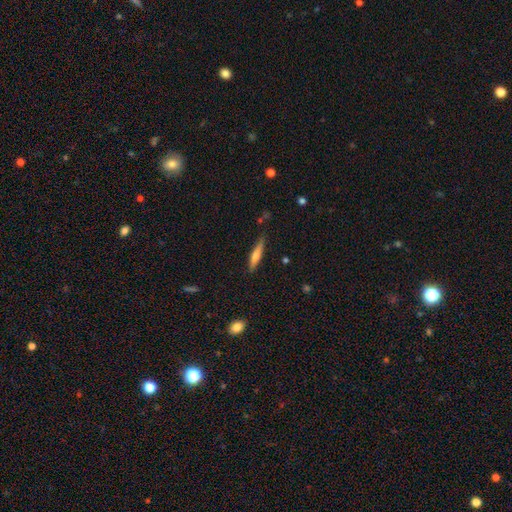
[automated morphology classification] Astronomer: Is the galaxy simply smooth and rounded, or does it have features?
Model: smooth — 61%.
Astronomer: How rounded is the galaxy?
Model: cigar-shaped — 85%.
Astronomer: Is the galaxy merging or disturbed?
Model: none — 80%.